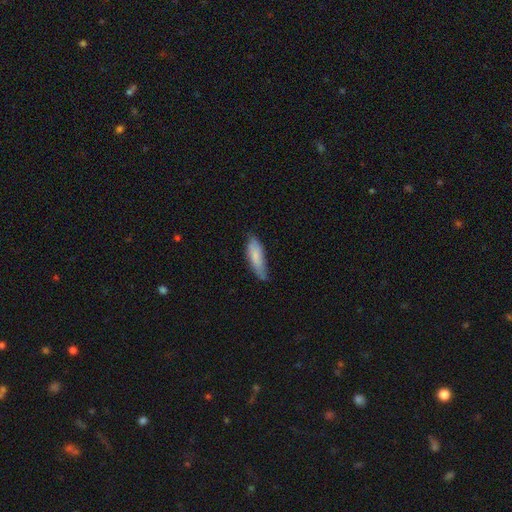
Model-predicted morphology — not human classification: Q: Smooth or featured?
A: smooth (74%); runner-up: featured or disk (20%)
Q: How rounded?
A: in between (52%); runner-up: cigar-shaped (46%)
Q: Merging?
A: none (61%); runner-up: minor disturbance (31%)